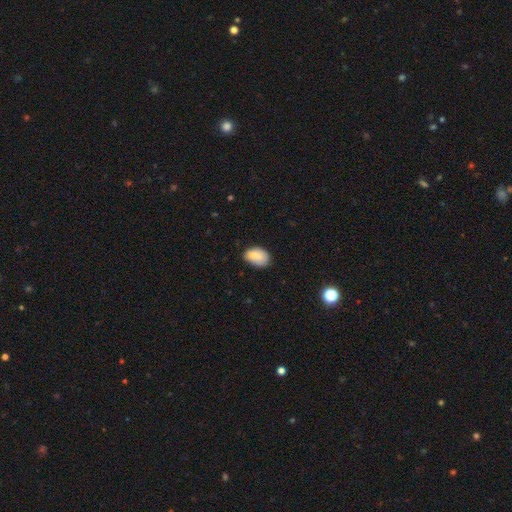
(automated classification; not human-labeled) Smooth or featured: smooth — 76% (featured or disk — 16%)
How rounded: in between — 83% (round — 16%)
Merging: none — 60% (minor disturbance — 26%)